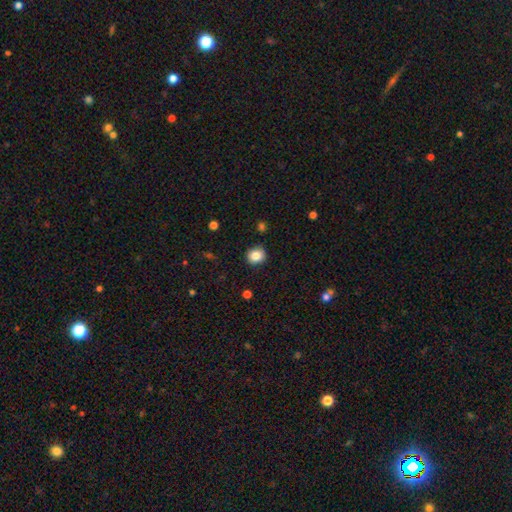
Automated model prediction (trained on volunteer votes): Morphology: type=smooth (85%); roundness=round (77%); merging=none (88%).